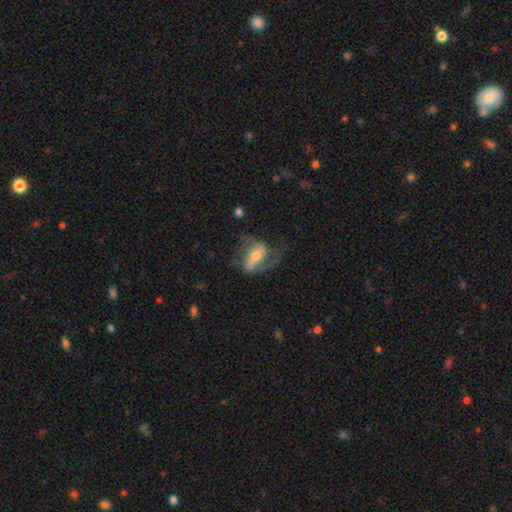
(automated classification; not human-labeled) smooth-or-featured: featured or disk: 72% | smooth: 22% | star or artifact: 7%
  disk-edge-on: no: 94% | yes: 6%
    bar: strong: 45% | weak: 31% | no: 24%
    has-spiral-arms: yes: 87% | no: 13%
      spiral-winding: medium: 45% | loose: 38% | tight: 17%
      spiral-arm-count: 2: 77% | 1: 12% | can't tell: 7% | 3: 2% | 4: 1% | more than 4: 1%
    bulge-size: moderate: 49% | small: 41% | large: 6% | none: 2% | dominant: 1%
  merging: none: 53% | major disturbance: 25% | minor disturbance: 20% | merger: 2%